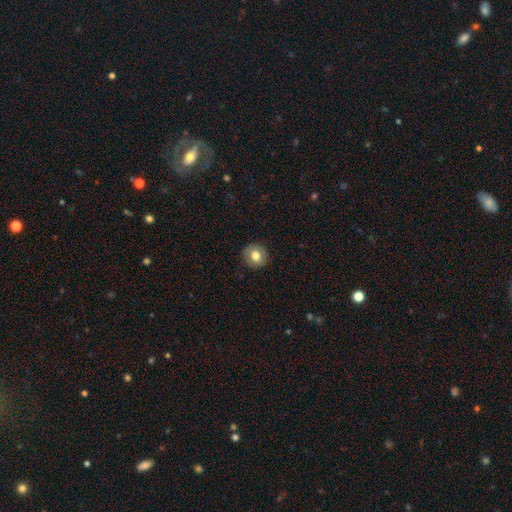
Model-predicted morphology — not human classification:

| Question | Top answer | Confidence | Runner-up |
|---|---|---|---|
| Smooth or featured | smooth | 73% | featured or disk (19%) |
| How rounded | round | 87% | in between (12%) |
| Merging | none | 87% | minor disturbance (9%) |